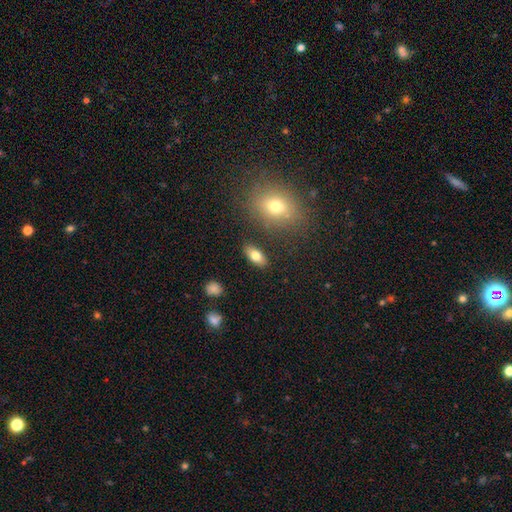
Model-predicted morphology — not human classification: Smooth or featured?
  - smooth: 77% *
  - featured or disk: 15%
  - star or artifact: 8%
How rounded?
  - in between: 88% *
  - cigar-shaped: 8%
  - round: 4%
Merging?
  - none: 86% *
  - minor disturbance: 9%
  - merger: 3%
  - major disturbance: 3%